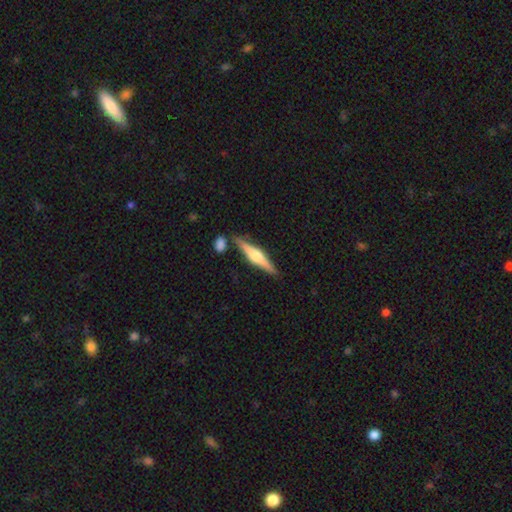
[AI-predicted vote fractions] smooth_or_featured: featured or disk (p=0.66) [alt: smooth p=0.28]
disk_edge_on: yes (p=0.97) [alt: no p=0.03]
edge_on_bulge: rounded (p=0.88) [alt: boxy p=0.09]
merging: none (p=0.81) [alt: minor disturbance p=0.10]